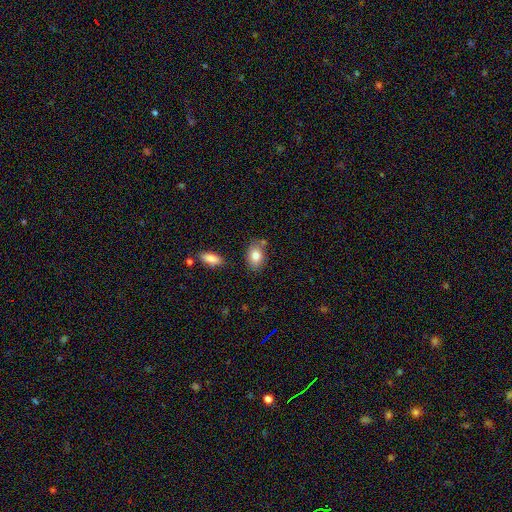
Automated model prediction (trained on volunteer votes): This is clearly a smooth galaxy (82%). How rounded: clearly in between (80%). Merging: likely none (72%).